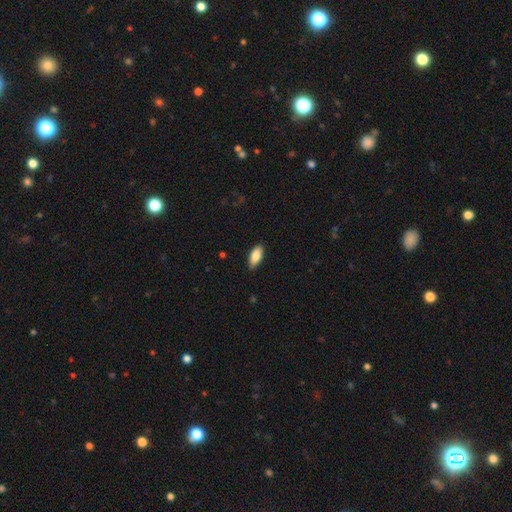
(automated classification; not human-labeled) Smooth or featured? smooth (83%)
How rounded? in between (86%)
Merging? none (84%)